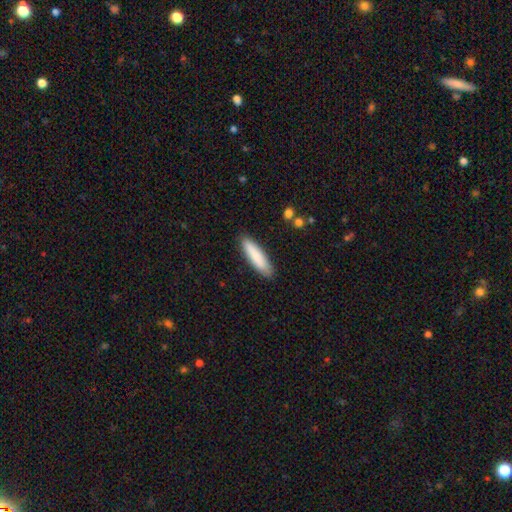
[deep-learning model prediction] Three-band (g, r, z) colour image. It shows a smooth galaxy with no disk features (85%) that is cigar-shaped (74%). Merging: none (88%).